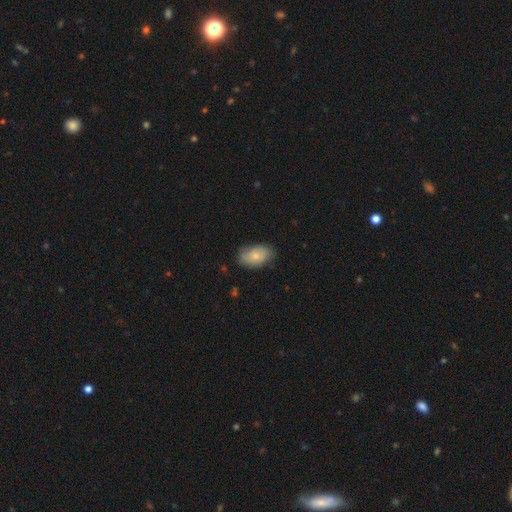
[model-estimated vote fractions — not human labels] Smooth or featured? Predicted: smooth (p=0.70). How rounded? Predicted: in between (p=0.90). Merging? Predicted: none (p=0.71).